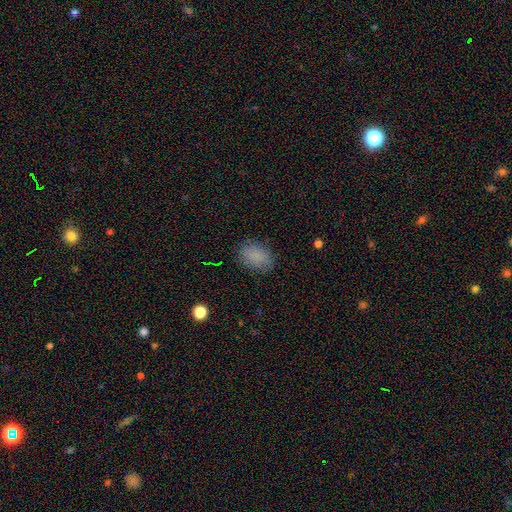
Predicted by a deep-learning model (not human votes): smooth_or_featured: smooth (p=0.84) [alt: star or artifact p=0.09]
how_rounded: in between (p=0.82) [alt: round p=0.17]
merging: none (p=0.81) [alt: minor disturbance p=0.14]